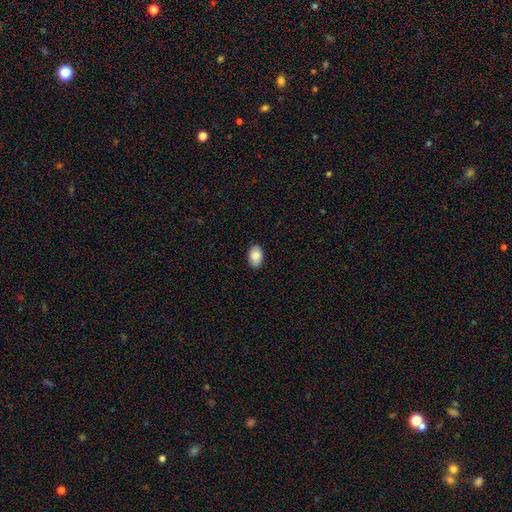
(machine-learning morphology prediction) A smooth galaxy with no disk features (88%) that is in between round and cigar-shaped (90%).

Vote fractions:
- Smooth or featured? smooth: 88% / star or artifact: 7% / featured or disk: 5%
- How rounded? in between: 90% / round: 8% / cigar-shaped: 1%
- Merging? none: 87% / minor disturbance: 10% / major disturbance: 2% / merger: 1%